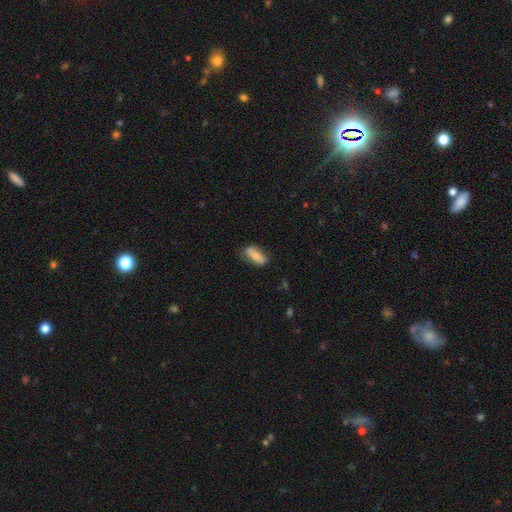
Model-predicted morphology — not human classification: Smooth or featured? Predicted: smooth (p=0.62). How rounded? Predicted: in between (p=0.77). Merging? Predicted: none (p=0.74).